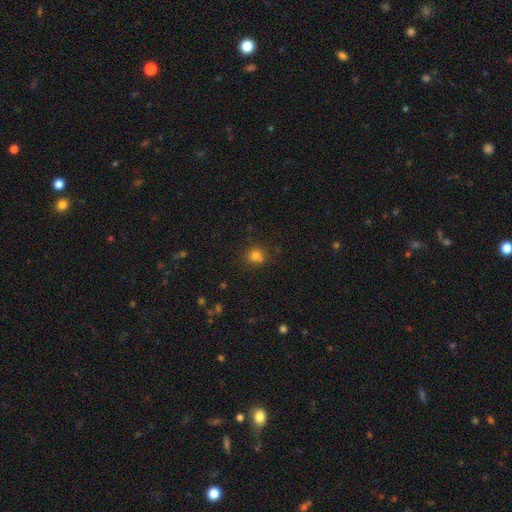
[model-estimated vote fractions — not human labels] smooth_or_featured: smooth (p=0.77) [alt: star or artifact p=0.16]
how_rounded: round (p=0.86) [alt: in between p=0.14]
merging: none (p=0.70) [alt: merger p=0.13]